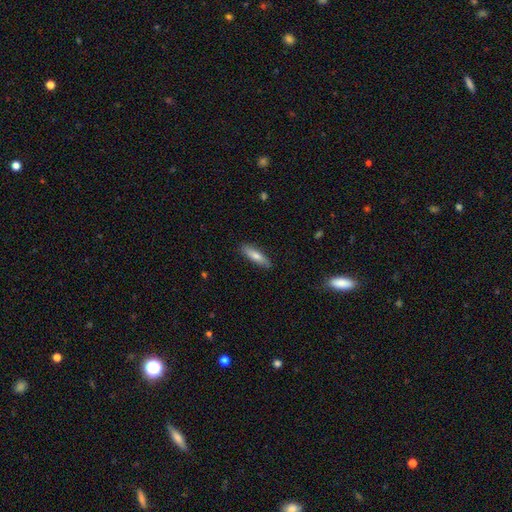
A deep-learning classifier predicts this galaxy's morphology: A smooth galaxy with no disk features (68%) that is cigar-shaped (72%). Merging: none (88%).